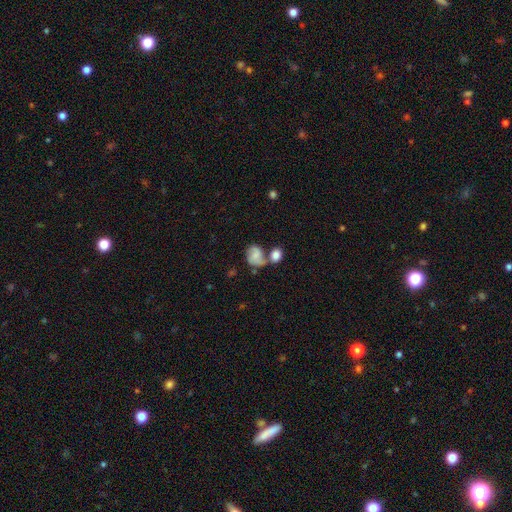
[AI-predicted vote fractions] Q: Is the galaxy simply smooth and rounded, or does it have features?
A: featured or disk — 45%, tied with smooth.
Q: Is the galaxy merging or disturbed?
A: merger — 41%.